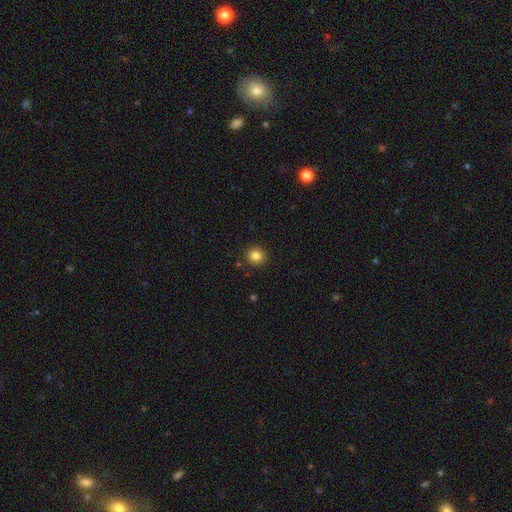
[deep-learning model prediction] This appears to be a smooth galaxy with no disk features (83%) that is round (92%). Merging: none (91%).